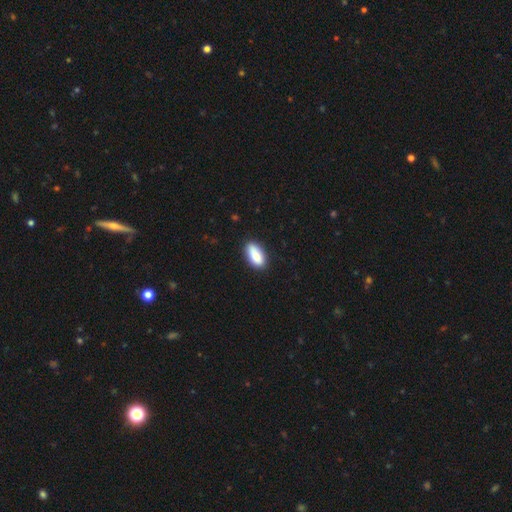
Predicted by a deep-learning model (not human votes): Q: Smooth or featured?
A: smooth (85%); runner-up: featured or disk (8%)
Q: How rounded?
A: in between (88%); runner-up: cigar-shaped (8%)
Q: Merging?
A: none (84%); runner-up: minor disturbance (13%)